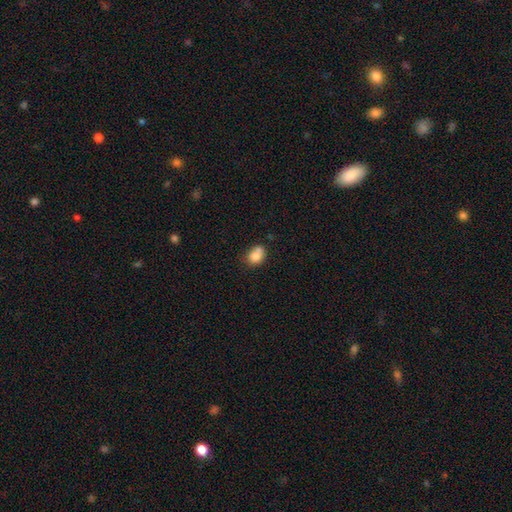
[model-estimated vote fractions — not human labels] Smooth or featured? smooth (79%)
How rounded? in between (55%)
Merging? none (42%)